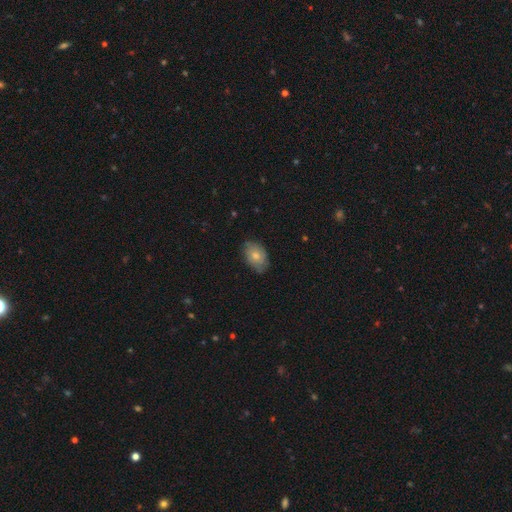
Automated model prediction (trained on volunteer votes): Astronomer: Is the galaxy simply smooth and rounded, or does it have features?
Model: smooth — 64%.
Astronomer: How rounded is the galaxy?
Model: in between — 86%.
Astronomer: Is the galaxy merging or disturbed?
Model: none — 75%.